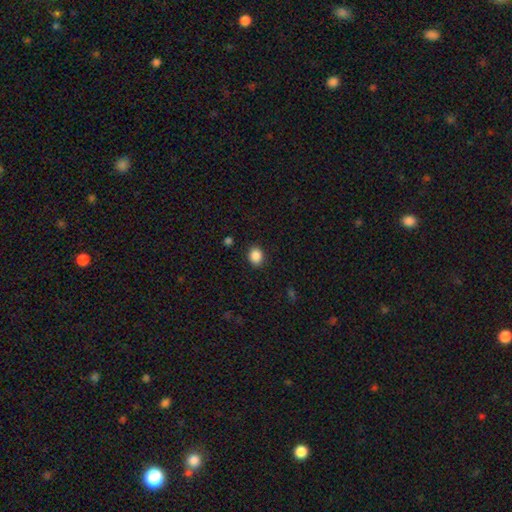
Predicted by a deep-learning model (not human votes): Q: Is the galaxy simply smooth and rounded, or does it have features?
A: smooth — 87%.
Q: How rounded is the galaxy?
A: round — 61%.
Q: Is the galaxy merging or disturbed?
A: none — 89%.